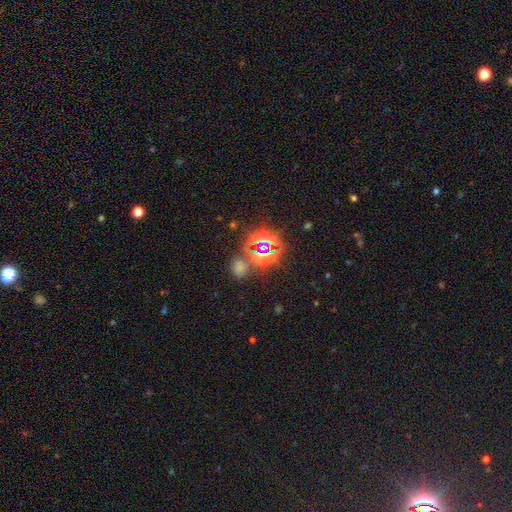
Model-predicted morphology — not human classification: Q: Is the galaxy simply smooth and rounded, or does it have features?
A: star or artifact — 66%.